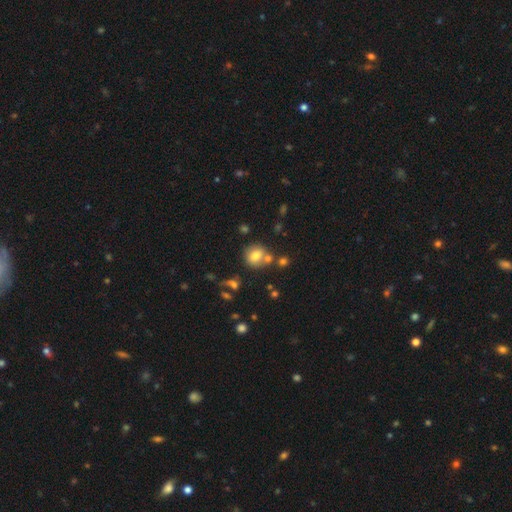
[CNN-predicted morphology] A smooth galaxy with no disk features (75%) that is round (79%). Merging: none (63%).